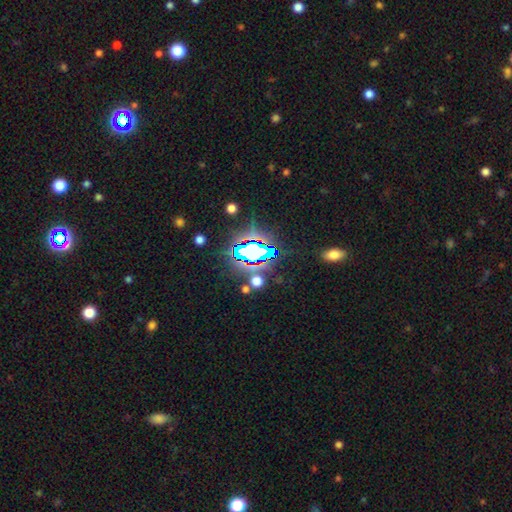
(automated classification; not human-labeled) Q: Smooth or featured?
A: star or artifact (76%); runner-up: smooth (13%)